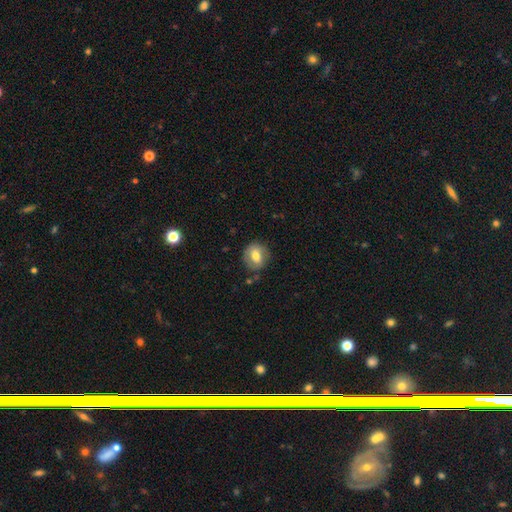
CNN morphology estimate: This is likely a smooth galaxy (64%). How rounded: likely round (72%). Merging: likely none (79%).